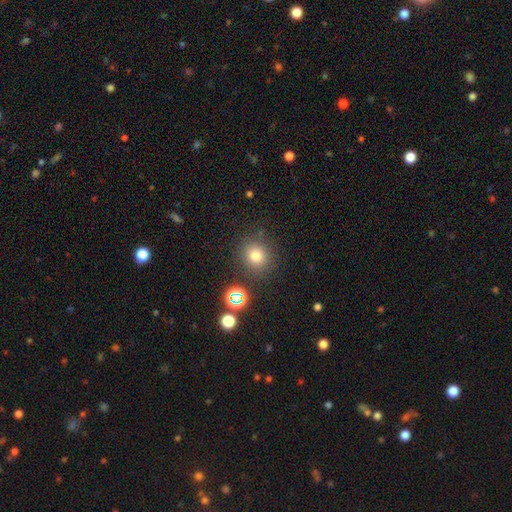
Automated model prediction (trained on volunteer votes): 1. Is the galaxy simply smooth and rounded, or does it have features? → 75% smooth, 17% star or artifact, 8% featured or disk.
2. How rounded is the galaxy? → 89% round, 10% in between, 1% cigar-shaped.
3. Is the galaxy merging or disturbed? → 84% none, 9% minor disturbance, 4% merger, 4% major disturbance.